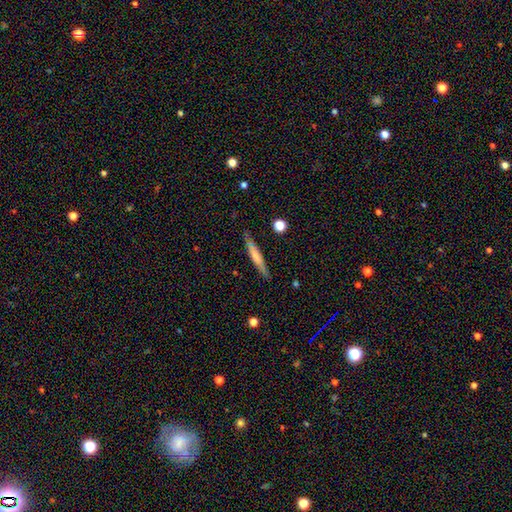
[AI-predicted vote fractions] Morphology: type=smooth (60%); roundness=cigar-shaped (94%); merging=none (85%).